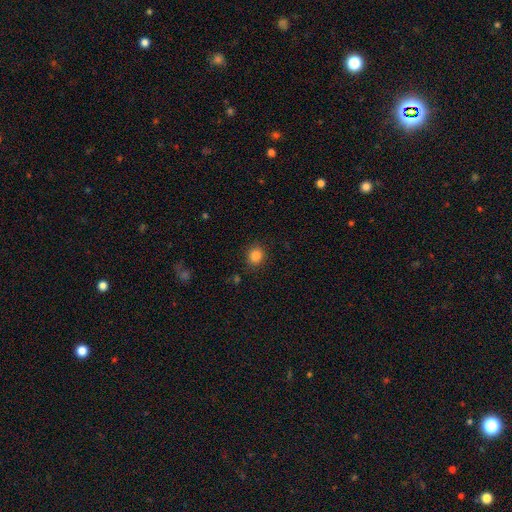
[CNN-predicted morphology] This appears to be a smooth galaxy with no disk features (85%) that is round (79%). Merging: none (88%).